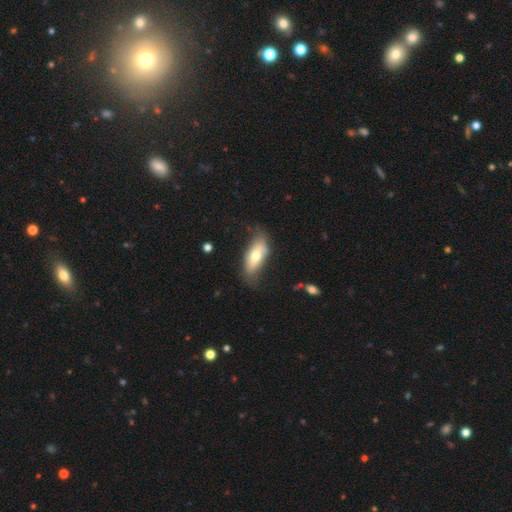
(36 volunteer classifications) Smooth or featured? 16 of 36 (44%, tied with featured or disk) said smooth. How rounded? 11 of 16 (69%) said in between. Merging? 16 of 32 (50%) said none.